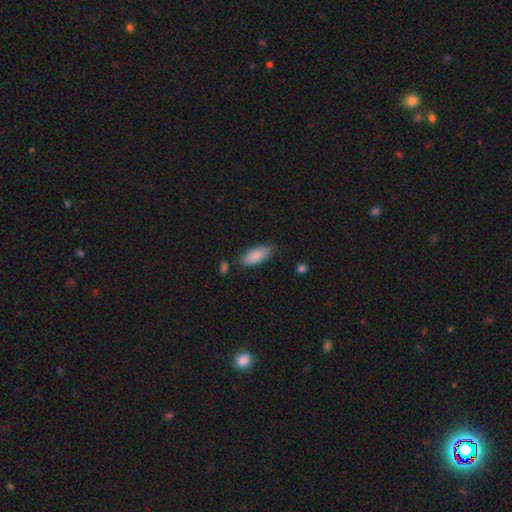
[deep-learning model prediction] Q: Smooth or featured?
A: smooth (86%); runner-up: featured or disk (8%)
Q: How rounded?
A: in between (81%); runner-up: cigar-shaped (17%)
Q: Merging?
A: none (77%); runner-up: minor disturbance (16%)